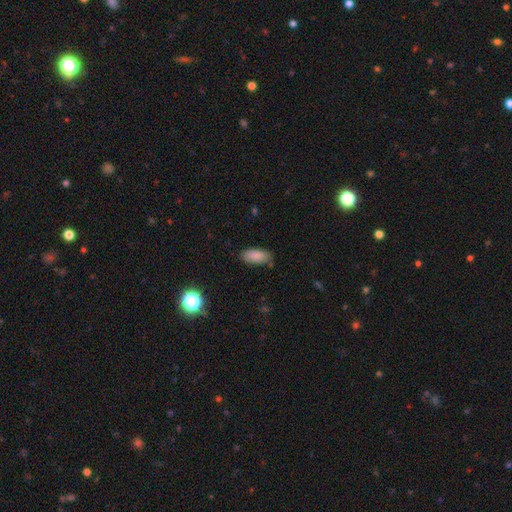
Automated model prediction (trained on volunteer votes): smooth_or_featured: smooth (p=0.87) [alt: star or artifact p=0.08]
how_rounded: in between (p=0.87) [alt: cigar-shaped p=0.11]
merging: none (p=0.78) [alt: minor disturbance p=0.17]